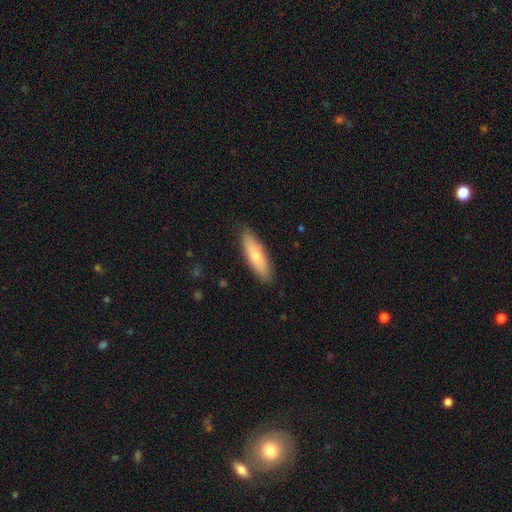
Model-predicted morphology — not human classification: Smooth or featured: smooth — 71% (featured or disk — 24%)
How rounded: cigar-shaped — 61% (in between — 37%)
Merging: none — 87% (minor disturbance — 10%)